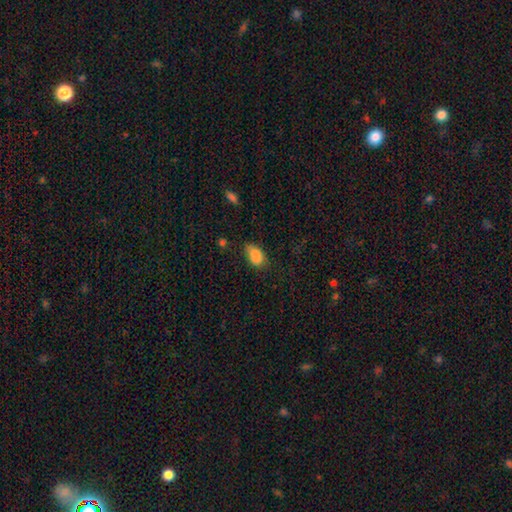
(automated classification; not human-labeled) smooth 85%, star or artifact 9%, featured or disk 6%. Down the decision tree: how rounded — in between (90%); merging — none (55%).